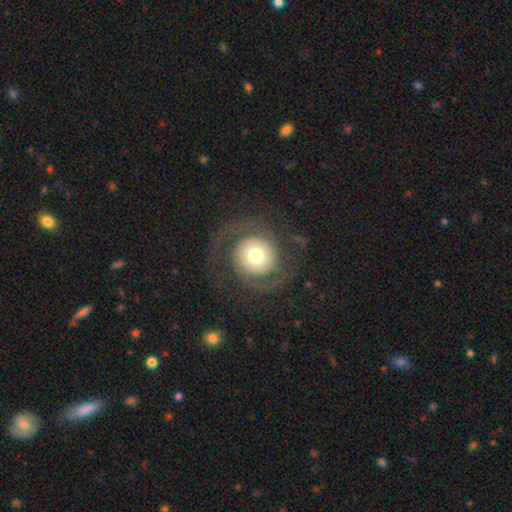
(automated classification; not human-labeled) Morphology: type=featured or disk (56%); edge-on=no (97%); bar=no (84%); spiral arms=yes (68%); bulge=moderate (55%); merging=none (69%).